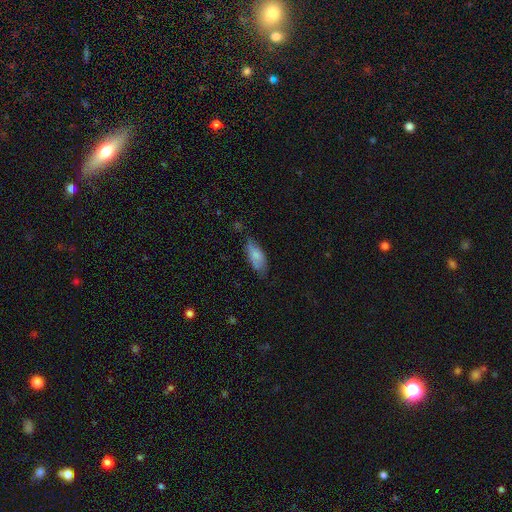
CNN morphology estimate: Smooth or featured? Predicted: smooth (p=0.75). How rounded? Predicted: in between (p=0.77). Merging? Predicted: none (p=0.60).